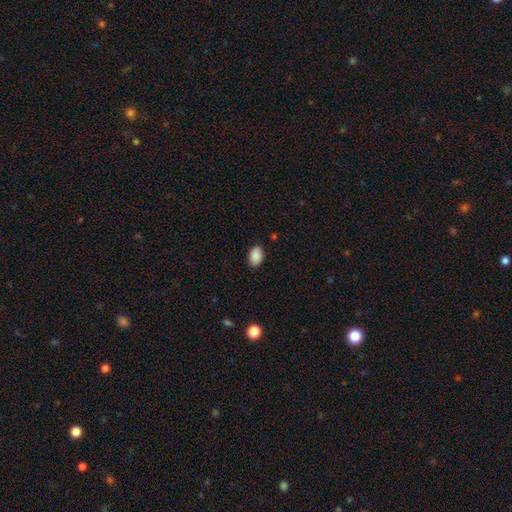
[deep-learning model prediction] Smooth or featured?
  - smooth: 89% *
  - star or artifact: 8%
  - featured or disk: 3%
How rounded?
  - in between: 85% *
  - round: 14%
  - cigar-shaped: 1%
Merging?
  - none: 86% *
  - minor disturbance: 10%
  - major disturbance: 2%
  - merger: 1%